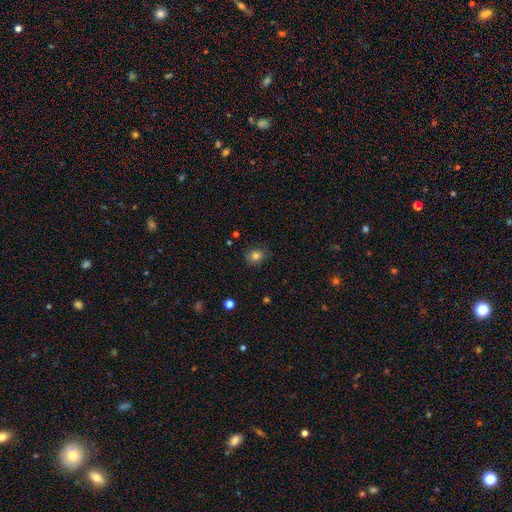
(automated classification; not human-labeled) A smooth galaxy with no disk features (82%) that is round (60%).

Vote fractions:
- Smooth or featured? smooth: 82% / star or artifact: 12% / featured or disk: 6%
- How rounded? round: 60% / in between: 39% / cigar-shaped: 1%
- Merging? none: 80% / minor disturbance: 15% / major disturbance: 4% / merger: 1%